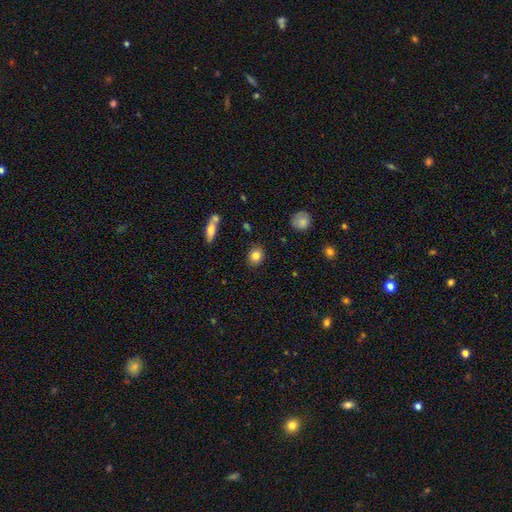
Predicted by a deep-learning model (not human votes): Q: Smooth or featured?
A: smooth (83%); runner-up: star or artifact (9%)
Q: How rounded?
A: round (64%); runner-up: in between (35%)
Q: Merging?
A: none (86%); runner-up: minor disturbance (9%)